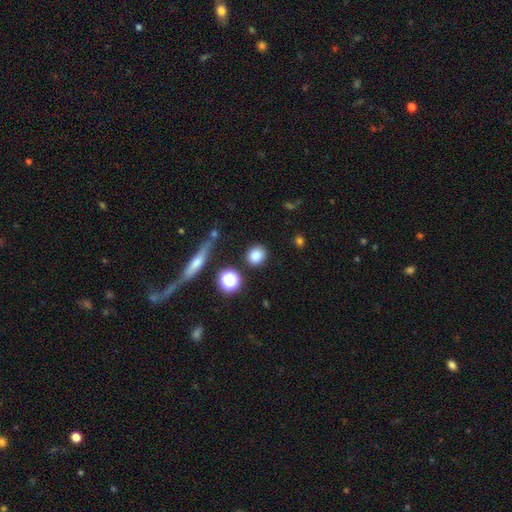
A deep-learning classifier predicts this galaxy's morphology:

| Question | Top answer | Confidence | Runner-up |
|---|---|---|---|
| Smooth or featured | smooth | 81% | star or artifact (12%) |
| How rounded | round | 78% | in between (19%) |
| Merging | none | 84% | minor disturbance (9%) |